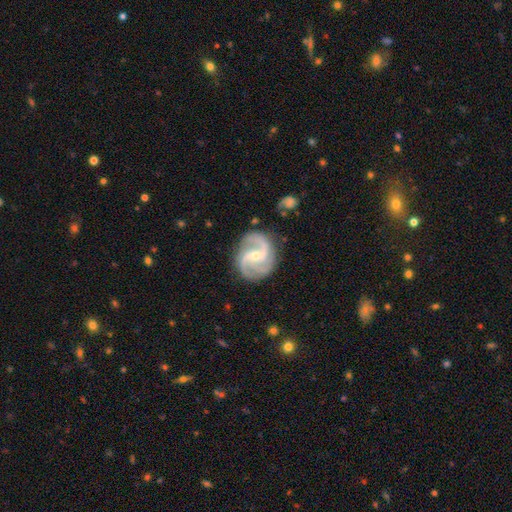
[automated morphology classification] type=featured or disk (92%); edge-on=no (98%); bar=no (42%, tied with weak); spiral arms=yes (98%); winding=medium (58%); arm count=2 (47%); bulge=small (70%); merging=none (79%).